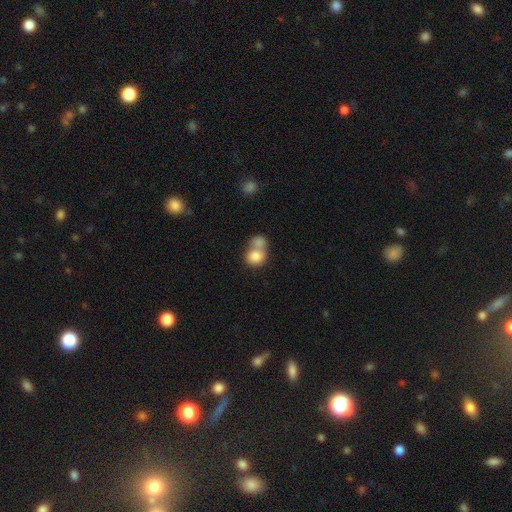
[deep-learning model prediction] smooth 82%, featured or disk 10%, star or artifact 8%. Down the decision tree: how rounded — round (70%); merging — merger (63%).